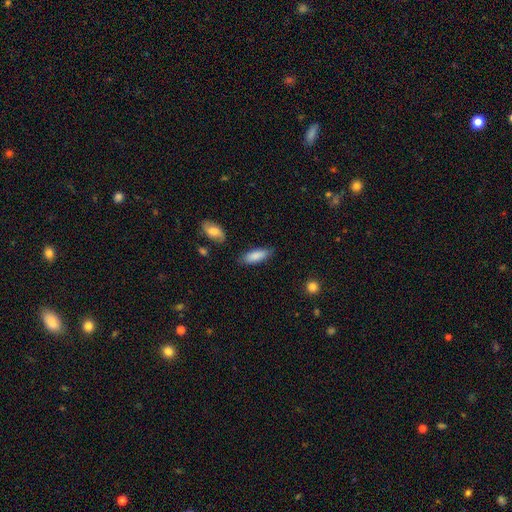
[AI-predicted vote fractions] Q: Smooth or featured?
A: smooth (86%); runner-up: featured or disk (8%)
Q: How rounded?
A: in between (72%); runner-up: cigar-shaped (27%)
Q: Merging?
A: none (82%); runner-up: minor disturbance (13%)